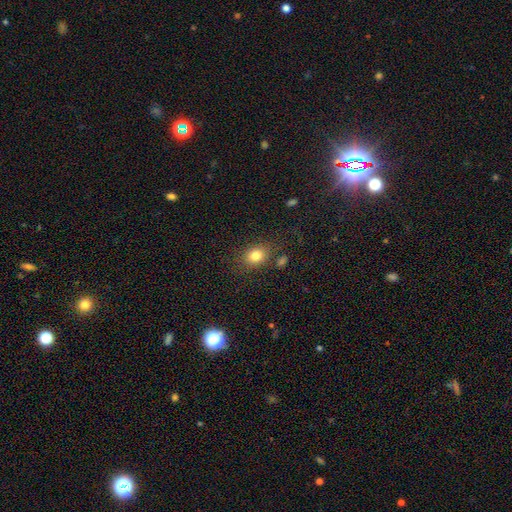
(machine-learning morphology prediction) smooth_or_featured: smooth (p=0.81) [alt: star or artifact p=0.11]
how_rounded: in between (p=0.53) [alt: round p=0.46]
merging: none (p=0.77) [alt: minor disturbance p=0.13]